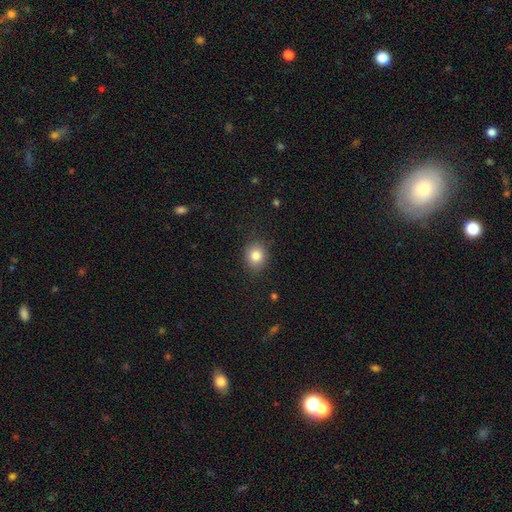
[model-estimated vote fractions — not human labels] Smooth or featured: smooth — 83% (star or artifact — 10%)
How rounded: round — 71% (in between — 28%)
Merging: none — 86% (minor disturbance — 10%)